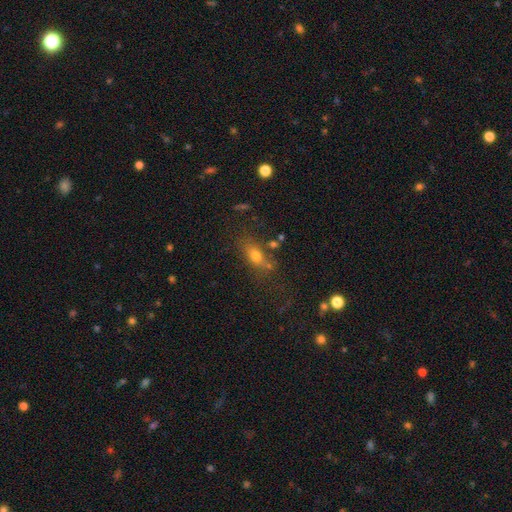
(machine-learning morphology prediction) This appears to be a smooth galaxy with no disk features (67%) that is in between round and cigar-shaped (66%). Merging: none (62%).